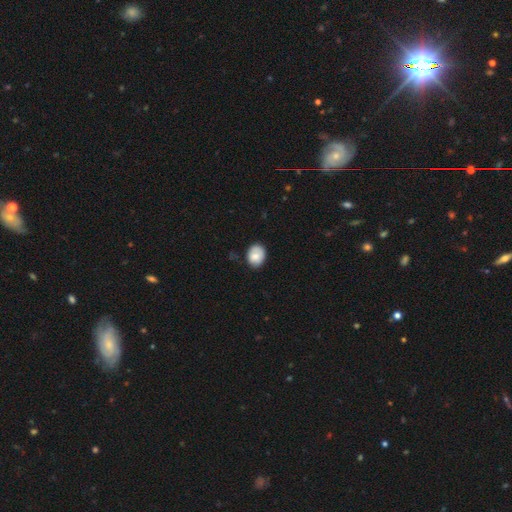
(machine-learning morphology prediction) A smooth galaxy with no disk features (79%) that is in between round and cigar-shaped (54%). Merging: none (74%).